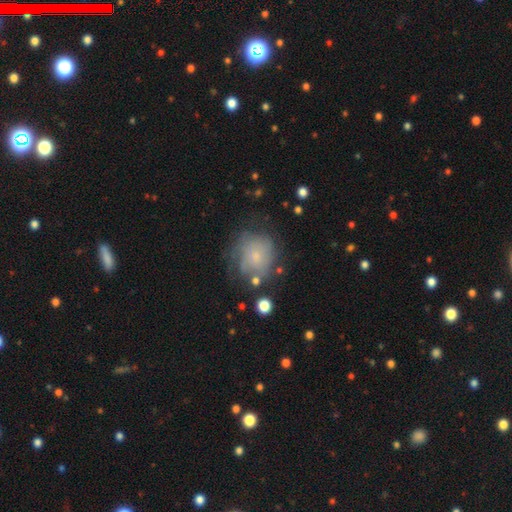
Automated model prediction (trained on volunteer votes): smooth_or_featured: smooth (p=0.51) [alt: featured or disk p=0.38]
how_rounded: round (p=0.78) [alt: in between p=0.21]
merging: none (p=0.55) [alt: minor disturbance p=0.25]